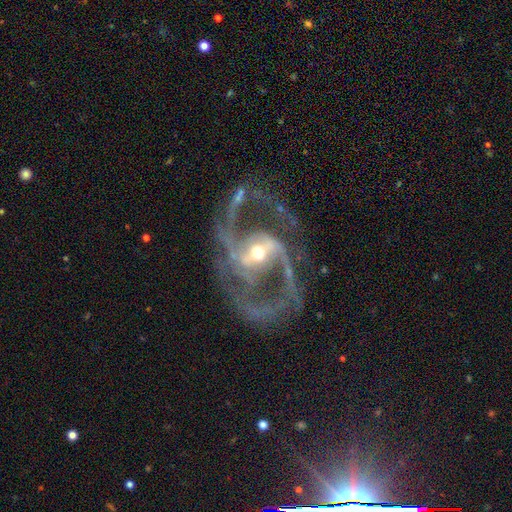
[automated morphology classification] Q: Smooth or featured?
A: featured or disk (91%); runner-up: star or artifact (6%)
Q: Edge-on disk?
A: no (97%); runner-up: yes (3%)
Q: Bar?
A: strong (42%); runner-up: weak (35%)
Q: Spiral arms?
A: yes (97%); runner-up: no (3%)
Q: Spiral winding?
A: medium (58%); runner-up: loose (26%)
Q: Spiral arm count?
A: 2 (82%); runner-up: 3 (6%)
Q: Bulge size?
A: small (50%); runner-up: moderate (45%)
Q: Merging?
A: none (60%); runner-up: major disturbance (20%)